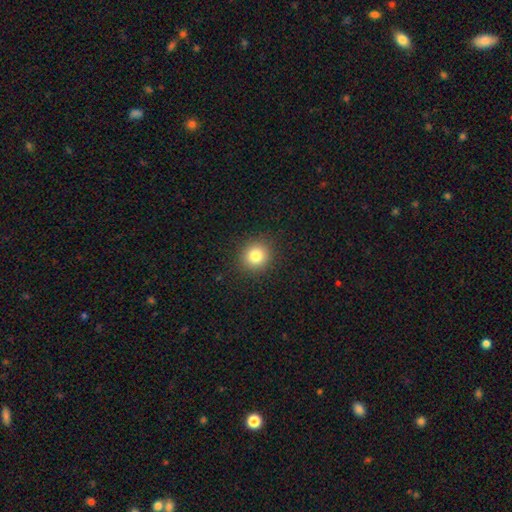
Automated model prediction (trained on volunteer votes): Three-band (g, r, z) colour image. It shows a smooth galaxy with no disk features (81%) that is round (90%). Merging: none (91%).